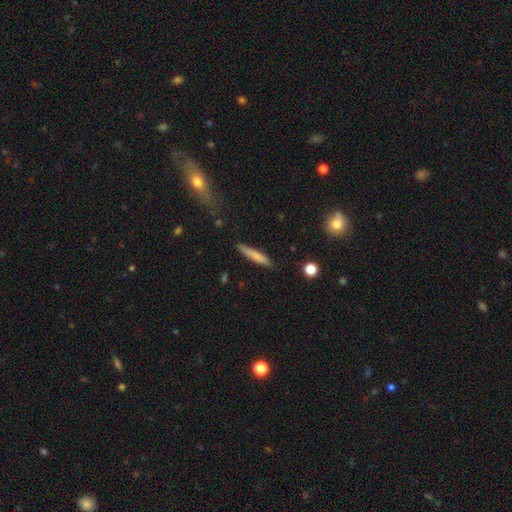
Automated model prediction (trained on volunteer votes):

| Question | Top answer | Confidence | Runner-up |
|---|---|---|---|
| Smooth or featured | smooth | 76% | featured or disk (18%) |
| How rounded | cigar-shaped | 91% | in between (7%) |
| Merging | none | 86% | minor disturbance (10%) |